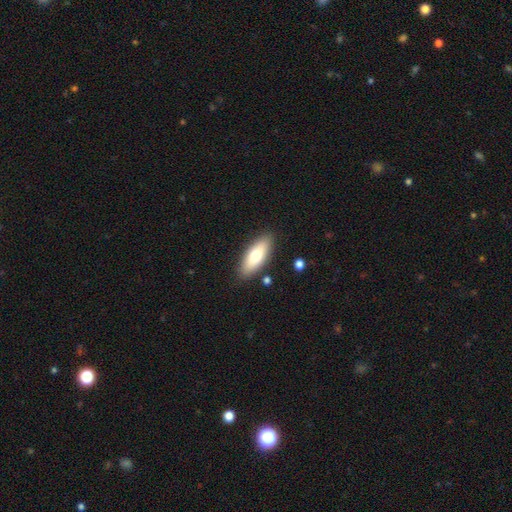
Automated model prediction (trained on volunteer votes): Smooth or featured? Predicted: smooth (p=0.71). How rounded? Predicted: in between (p=0.73). Merging? Predicted: none (p=0.86).